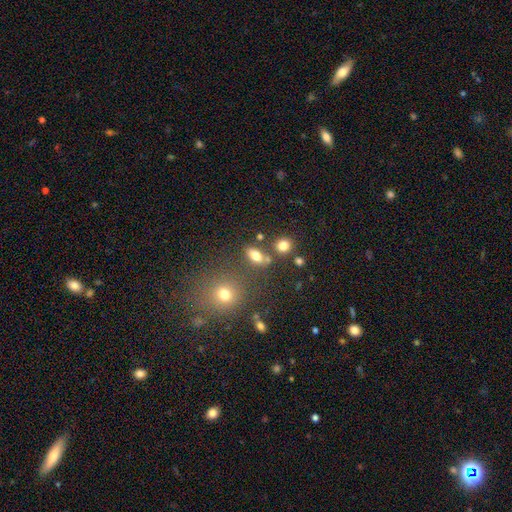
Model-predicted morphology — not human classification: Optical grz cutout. It shows a smooth galaxy with no disk features (76%) that is in between round and cigar-shaped (77%). Merging: none (67%).